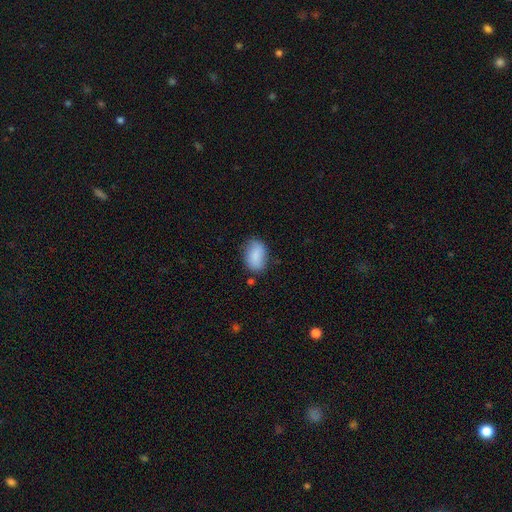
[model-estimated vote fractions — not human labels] Morphology: type=smooth (83%); roundness=in between (86%); merging=none (71%).